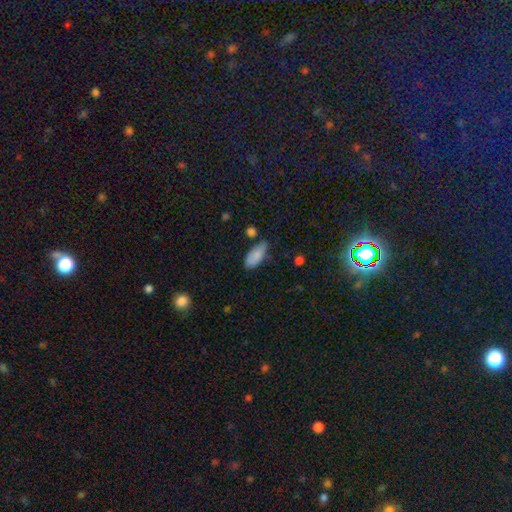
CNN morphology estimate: The model was most divided on "merging": none: 55%, minor disturbance: 32%, major disturbance: 7%, merger: 6%. More confident: how rounded — in between (87%); smooth or featured — smooth (83%).